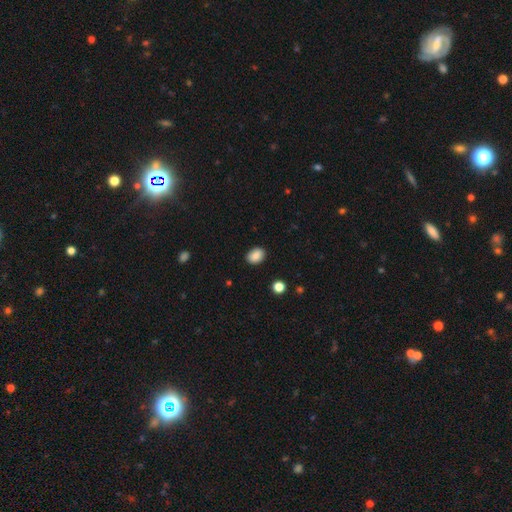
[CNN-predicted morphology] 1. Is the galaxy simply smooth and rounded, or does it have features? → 88% smooth, 8% star or artifact, 3% featured or disk.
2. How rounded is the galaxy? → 75% in between, 24% round, 1% cigar-shaped.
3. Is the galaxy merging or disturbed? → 88% none, 9% minor disturbance, 2% major disturbance, 1% merger.